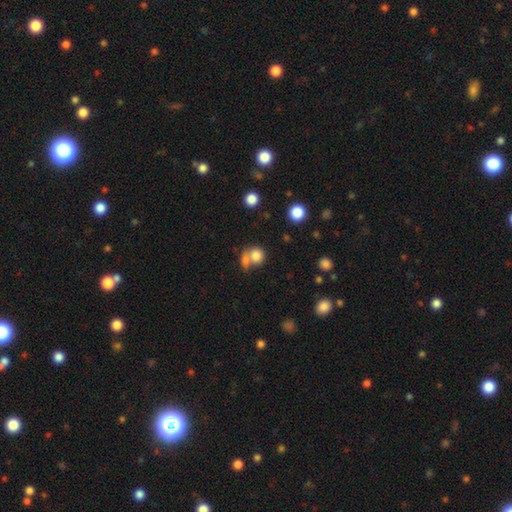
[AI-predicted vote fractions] Morphology: type=smooth (79%); roundness=round (78%); merging=merger (46%).